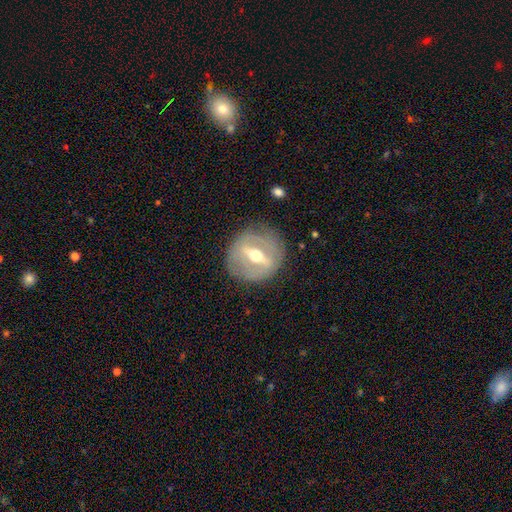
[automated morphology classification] Smooth or featured: featured or disk — 79% (smooth — 15%)
Edge-on disk: no — 72% (yes — 28%)
Bar: strong — 74% (weak — 19%)
Spiral arms: no — 73% (yes — 27%)
Bulge size: moderate — 76% (small — 15%)
Merging: none — 83% (minor disturbance — 11%)